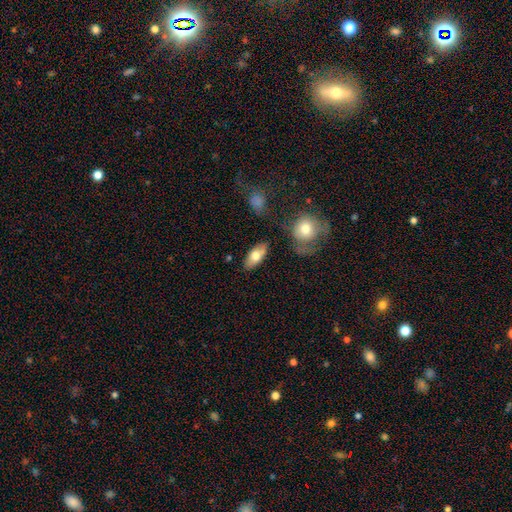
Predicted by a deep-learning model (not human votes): Smooth or featured? smooth (71%)
How rounded? in between (86%)
Merging? none (77%)